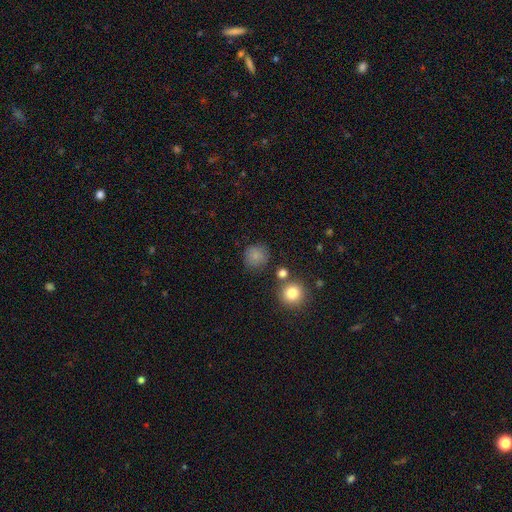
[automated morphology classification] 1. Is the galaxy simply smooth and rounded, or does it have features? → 80% smooth, 12% star or artifact, 7% featured or disk.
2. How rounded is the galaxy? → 90% round, 9% in between, 1% cigar-shaped.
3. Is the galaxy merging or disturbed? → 78% none, 13% minor disturbance, 5% merger, 4% major disturbance.